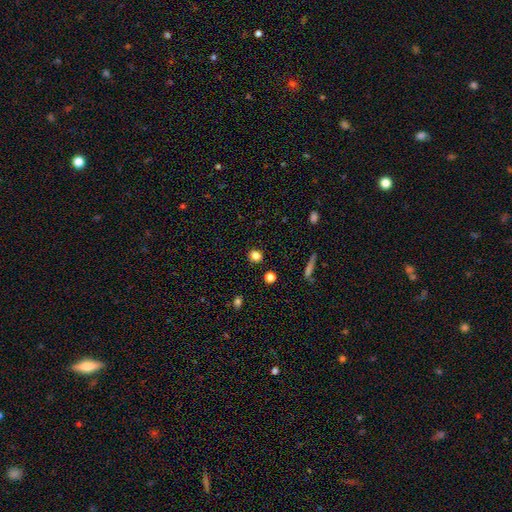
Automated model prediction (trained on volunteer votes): Smooth or featured? smooth (81%)
How rounded? round (82%)
Merging? none (89%)